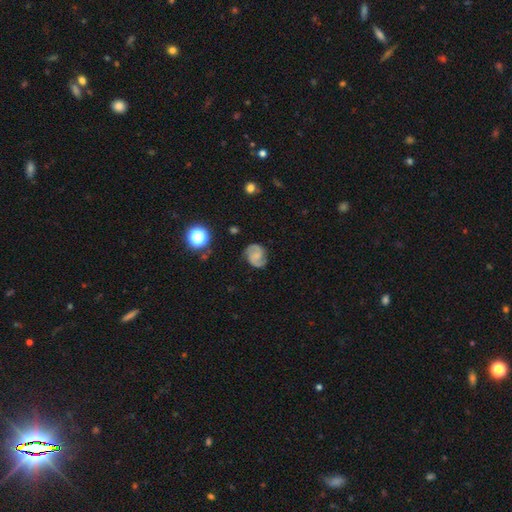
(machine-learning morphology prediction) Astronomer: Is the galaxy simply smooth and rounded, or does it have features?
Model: featured or disk — 78%.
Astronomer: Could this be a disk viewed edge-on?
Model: no — 98%.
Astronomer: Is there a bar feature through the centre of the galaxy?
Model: no — 48% (runner-up: weak, 42%).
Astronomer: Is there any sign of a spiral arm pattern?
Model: yes — 96%.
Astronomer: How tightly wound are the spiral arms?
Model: medium — 53%.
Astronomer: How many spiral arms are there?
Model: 2 — 91%.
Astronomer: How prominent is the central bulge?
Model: none — 44% (runner-up: small, 33%).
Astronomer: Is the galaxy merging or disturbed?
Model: none — 80%.